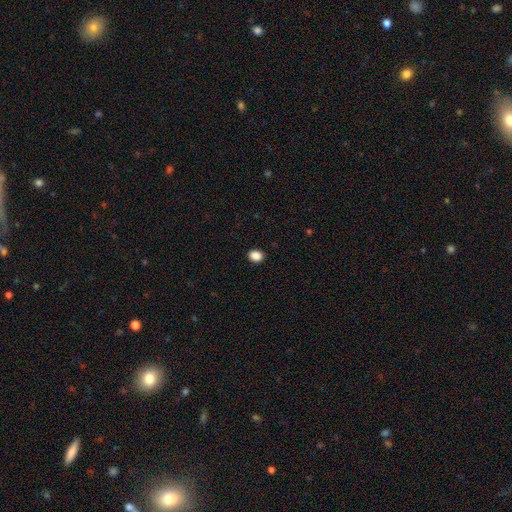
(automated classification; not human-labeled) smooth_or_featured: smooth (p=0.88) [alt: star or artifact p=0.09]
how_rounded: in between (p=0.50) [alt: round p=0.49]
merging: none (p=0.91) [alt: minor disturbance p=0.06]